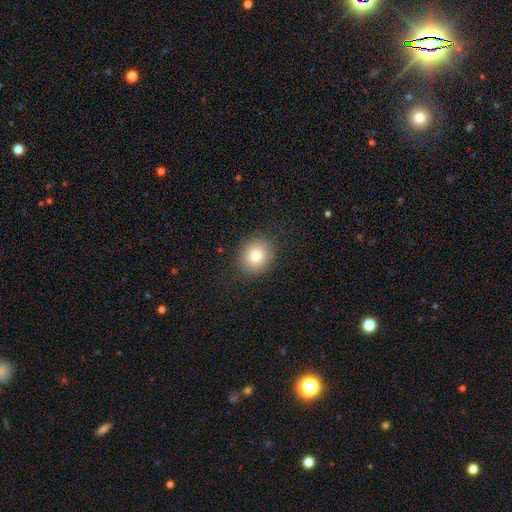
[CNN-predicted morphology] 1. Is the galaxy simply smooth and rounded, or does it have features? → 80% smooth, 11% star or artifact, 9% featured or disk.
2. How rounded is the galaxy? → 72% round, 27% in between, 1% cigar-shaped.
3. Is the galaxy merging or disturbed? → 87% none, 9% minor disturbance, 3% major disturbance, 1% merger.